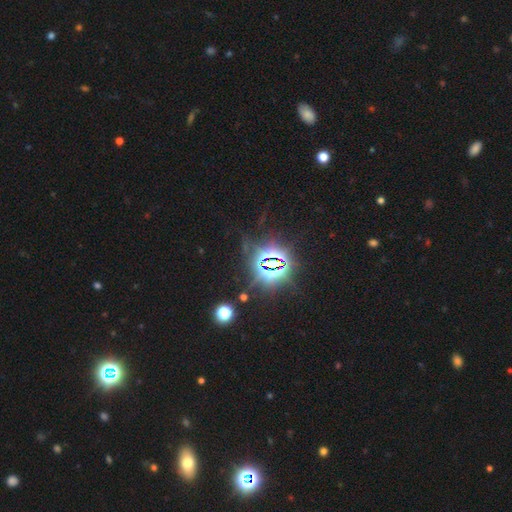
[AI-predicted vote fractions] This appears to be a star or artifact, not a galaxy (82%).